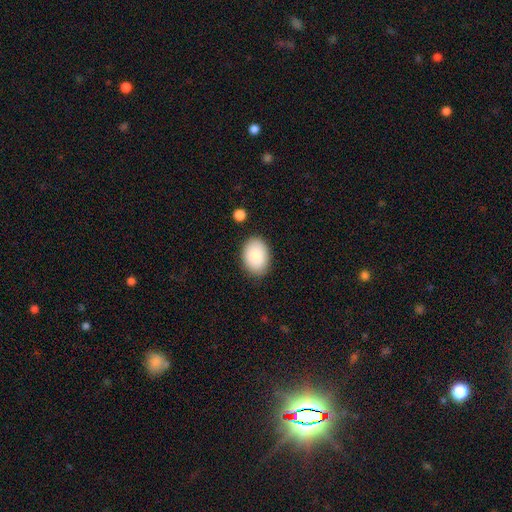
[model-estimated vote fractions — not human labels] smooth_or_featured: smooth (p=0.86) [alt: featured or disk p=0.08]
how_rounded: in between (p=0.82) [alt: round p=0.17]
merging: none (p=0.84) [alt: minor disturbance p=0.11]